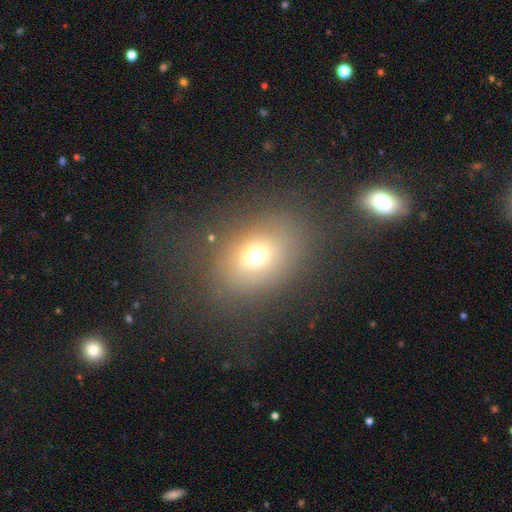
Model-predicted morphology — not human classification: Smooth or featured? smooth (66%)
How rounded? in between (53%)
Merging? none (75%)